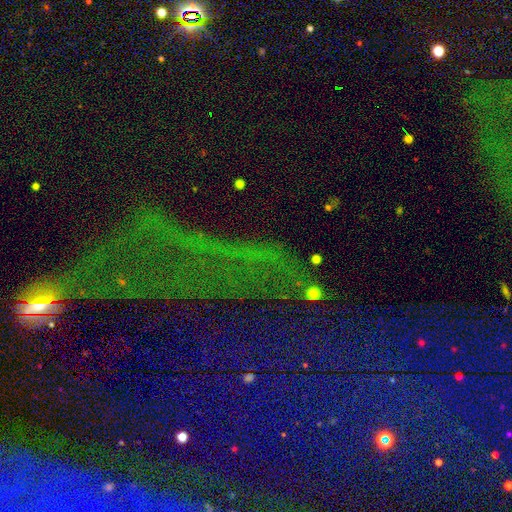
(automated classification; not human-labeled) smooth_or_featured: star or artifact (p=0.74) [alt: featured or disk p=0.13]